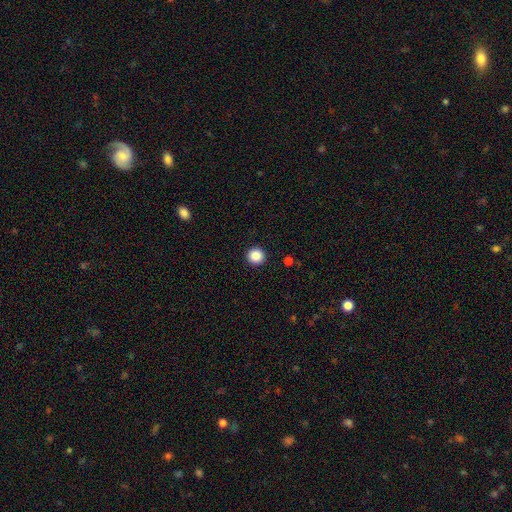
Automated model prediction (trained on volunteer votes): smooth-or-featured: smooth: 87% | star or artifact: 10% | featured or disk: 3%
  how-rounded: round: 94% | in between: 5% | cigar-shaped: 1%
  merging: none: 93% | minor disturbance: 4% | major disturbance: 2% | merger: 1%